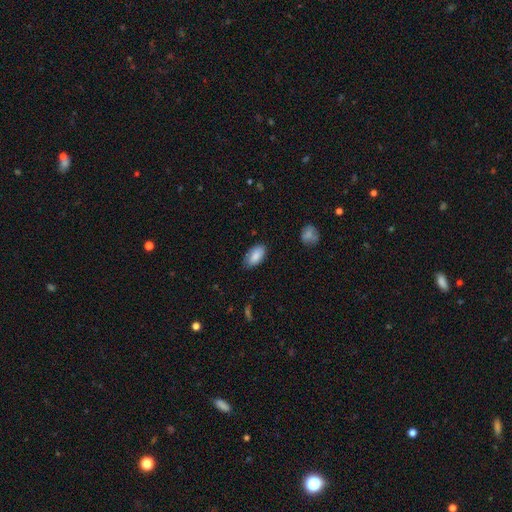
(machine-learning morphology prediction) type=smooth (87%); roundness=in between (94%); merging=none (79%).